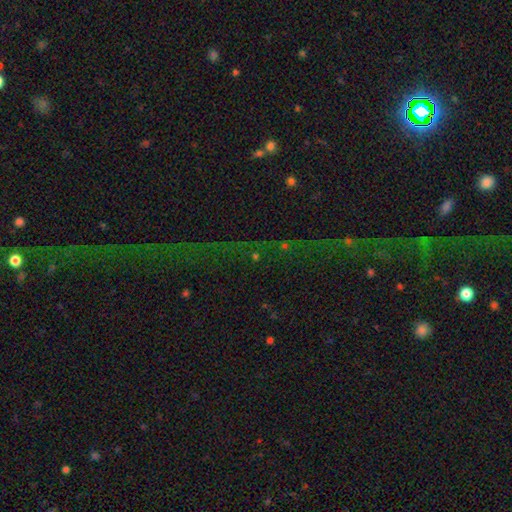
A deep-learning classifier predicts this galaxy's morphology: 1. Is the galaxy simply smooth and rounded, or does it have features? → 72% star or artifact, 14% smooth, 14% featured or disk.